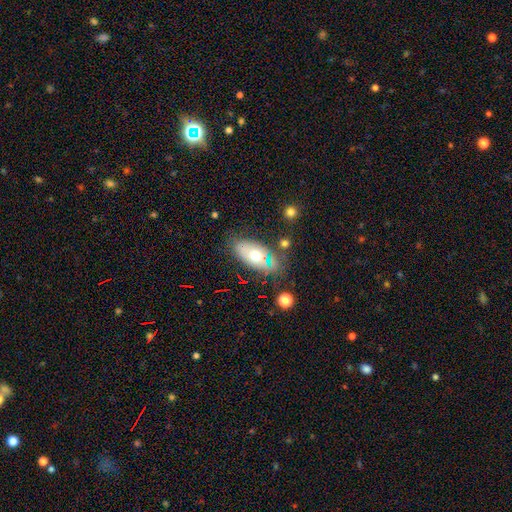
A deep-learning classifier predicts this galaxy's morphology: type=smooth (47%); merging=none (63%).